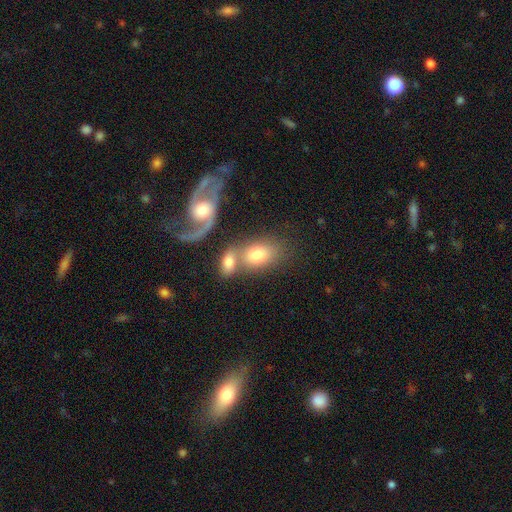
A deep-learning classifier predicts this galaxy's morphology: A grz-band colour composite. It shows a smooth galaxy with no disk features (55%) that is in between round and cigar-shaped (78%). Merging: none (41%).